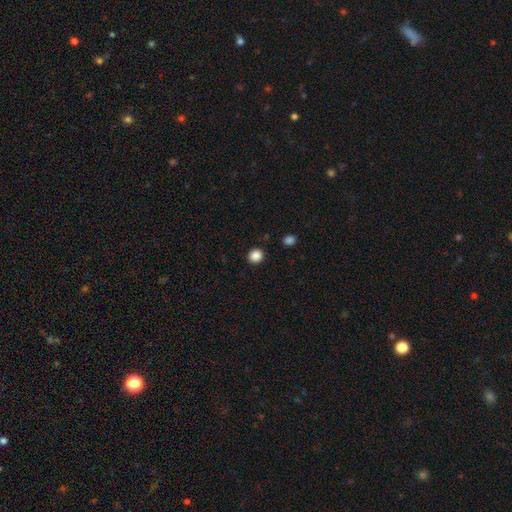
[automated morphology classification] The model was most divided on "smooth or featured": smooth: 87%, star or artifact: 10%, featured or disk: 3%. More confident: merging — none (91%); how rounded — round (88%).